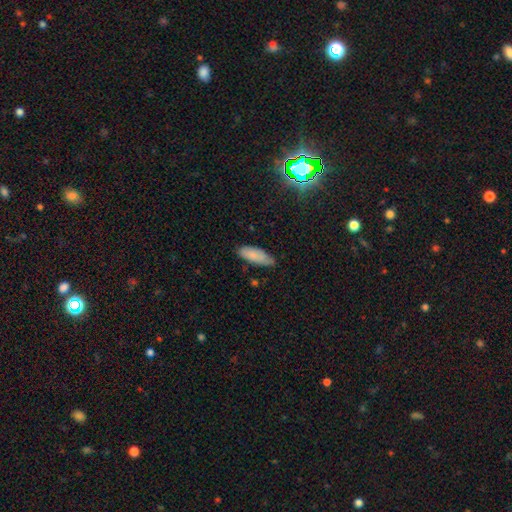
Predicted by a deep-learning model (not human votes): smooth 82%, featured or disk 11%, star or artifact 6%. Down the decision tree: how rounded — in between (72%); merging — none (65%).